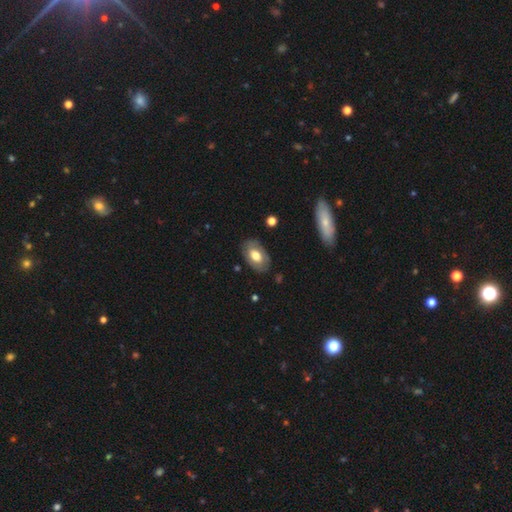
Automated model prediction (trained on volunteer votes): smooth_or_featured: smooth (p=0.60) [alt: featured or disk p=0.33]
how_rounded: in between (p=0.90) [alt: round p=0.08]
merging: none (p=0.80) [alt: minor disturbance p=0.15]